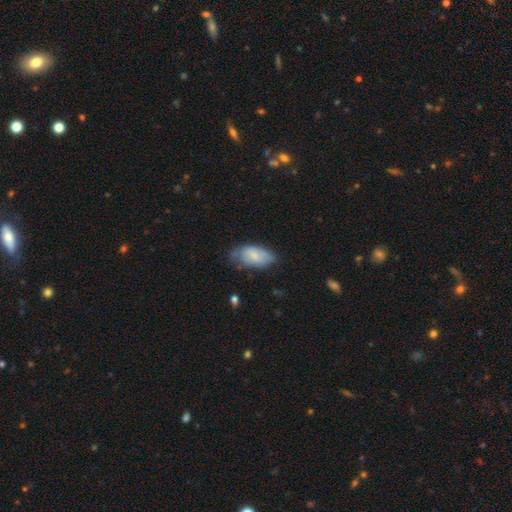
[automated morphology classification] Overall: smooth (72%). How rounded: in between (93%). Merging: none (53%; minor disturbance 35%).